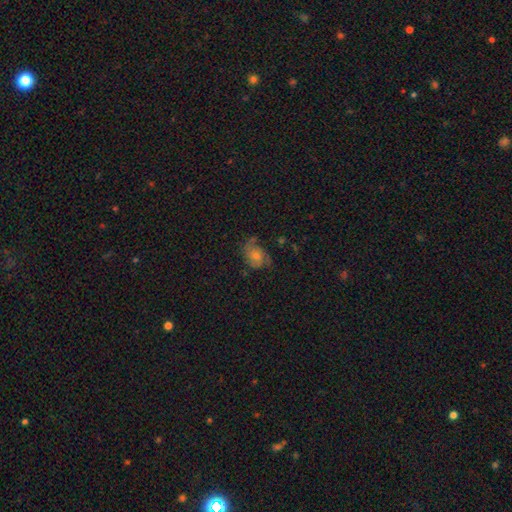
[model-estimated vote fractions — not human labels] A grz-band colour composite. It shows a featured or disk galaxy (62%) with no bar (72%), 2 (59%) medium (46%) spiral arms (90%) and a moderate central bulge (47%). Merging: none (64%).